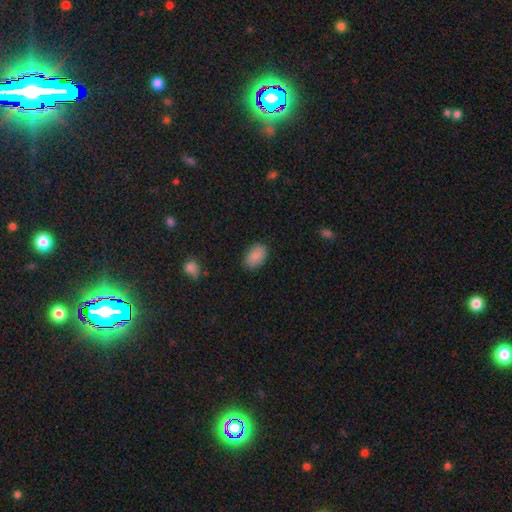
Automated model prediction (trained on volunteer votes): A smooth galaxy with no disk features (88%) that is in between round and cigar-shaped (88%).

Vote fractions:
- Smooth or featured? smooth: 88% / star or artifact: 8% / featured or disk: 4%
- How rounded? in between: 88% / round: 10% / cigar-shaped: 1%
- Merging? none: 85% / minor disturbance: 11% / major disturbance: 3% / merger: 1%